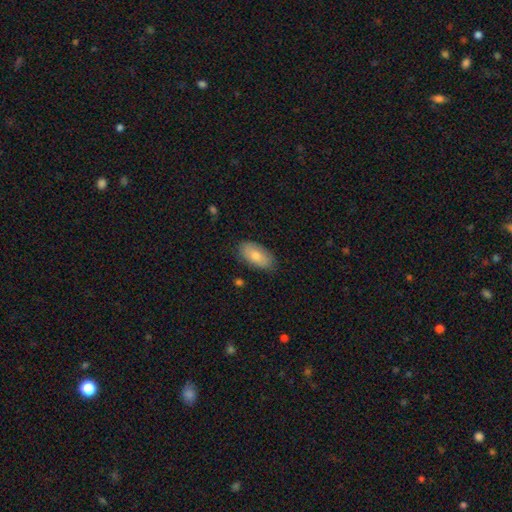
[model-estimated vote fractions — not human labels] smooth-or-featured: smooth: 79% | featured or disk: 15% | star or artifact: 6%
  how-rounded: in between: 94% | cigar-shaped: 4% | round: 3%
  merging: none: 82% | minor disturbance: 14% | major disturbance: 3% | merger: 1%